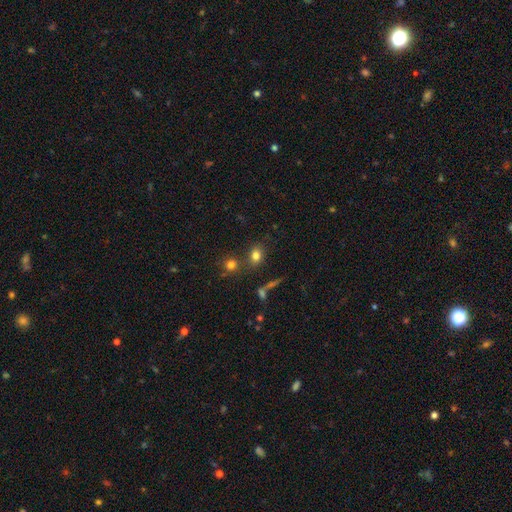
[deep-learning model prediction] The model was most divided on "how rounded": in between: 56%, round: 41%, cigar-shaped: 3%. More confident: smooth or featured — smooth (78%); merging — none (69%).